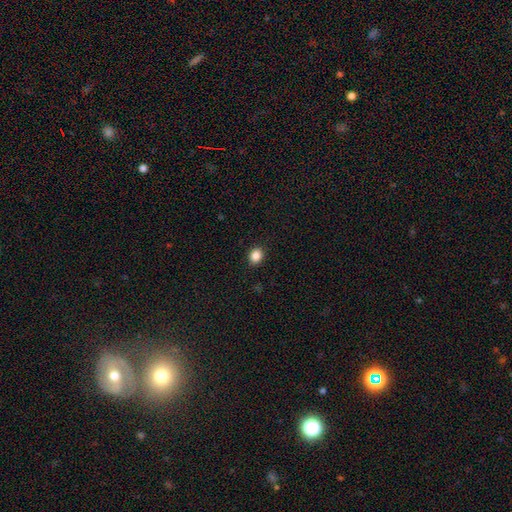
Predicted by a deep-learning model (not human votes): smooth-or-featured: smooth: 86% | star or artifact: 10% | featured or disk: 3%
  how-rounded: round: 60% | in between: 39% | cigar-shaped: 1%
  merging: none: 91% | minor disturbance: 7% | major disturbance: 2% | merger: 1%